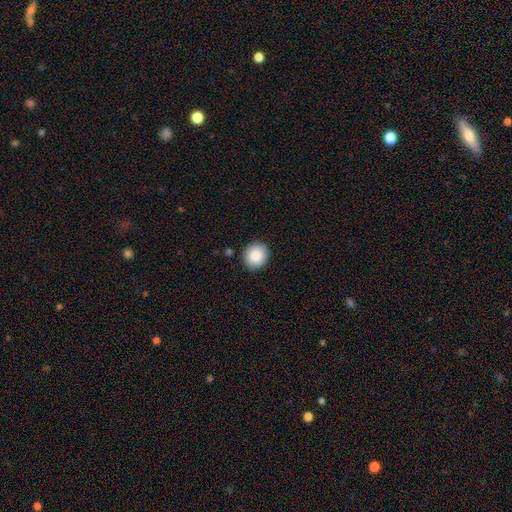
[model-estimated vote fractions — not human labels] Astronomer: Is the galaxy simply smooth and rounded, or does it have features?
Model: smooth — 88%.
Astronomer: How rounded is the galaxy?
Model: round — 87%.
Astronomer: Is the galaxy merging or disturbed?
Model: none — 89%.